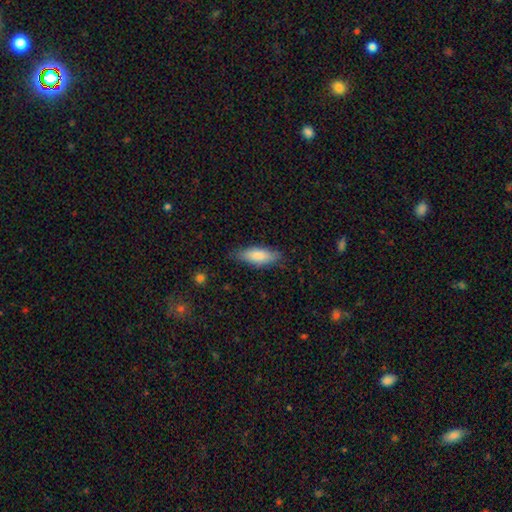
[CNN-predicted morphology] Q: Smooth or featured?
A: smooth (80%); runner-up: featured or disk (14%)
Q: How rounded?
A: in between (56%); runner-up: cigar-shaped (42%)
Q: Merging?
A: none (82%); runner-up: minor disturbance (14%)